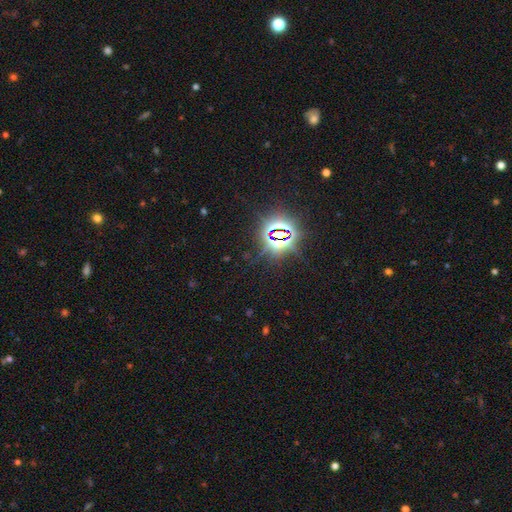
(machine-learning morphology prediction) The model was most divided on "smooth or featured": star or artifact: 83%, smooth: 10%, featured or disk: 7%.